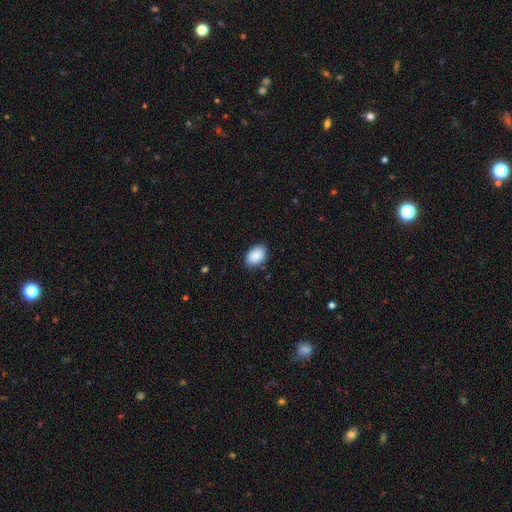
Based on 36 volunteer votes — A smooth galaxy with no disk features (97%) that is in between round and cigar-shaped (89%). Merging: none (92%).